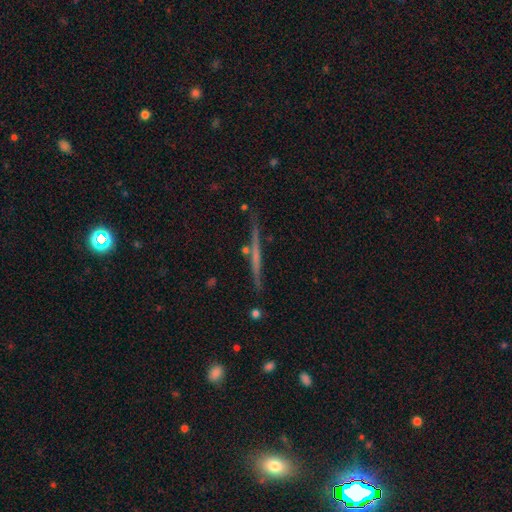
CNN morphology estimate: Smooth or featured: featured or disk — 64% (smooth — 28%)
Edge-on disk: yes — 97% (no — 3%)
Edge-on bulge: none — 79% (rounded — 14%)
Merging: none — 85% (minor disturbance — 10%)